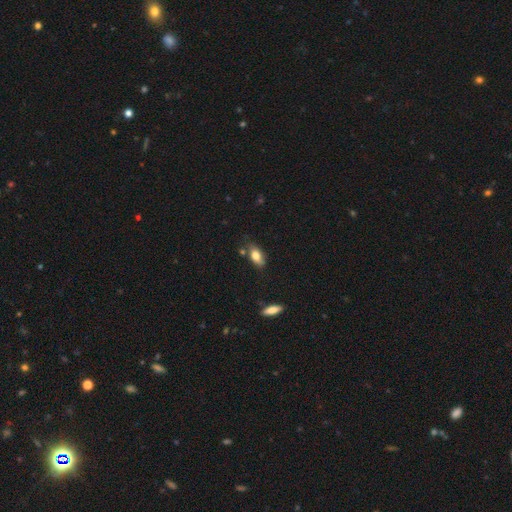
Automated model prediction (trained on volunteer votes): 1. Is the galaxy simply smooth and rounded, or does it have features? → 77% smooth, 15% featured or disk, 8% star or artifact.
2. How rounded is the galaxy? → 86% in between, 9% cigar-shaped, 5% round.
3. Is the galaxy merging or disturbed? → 68% none, 22% minor disturbance, 7% merger, 4% major disturbance.